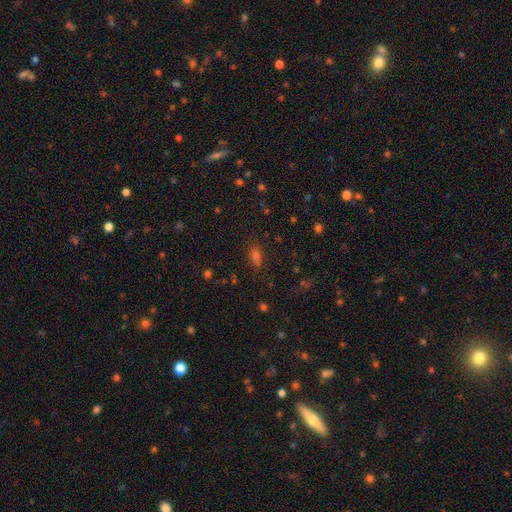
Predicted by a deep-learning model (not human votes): Smooth or featured? smooth (62%)
How rounded? in between (78%)
Merging? none (79%)